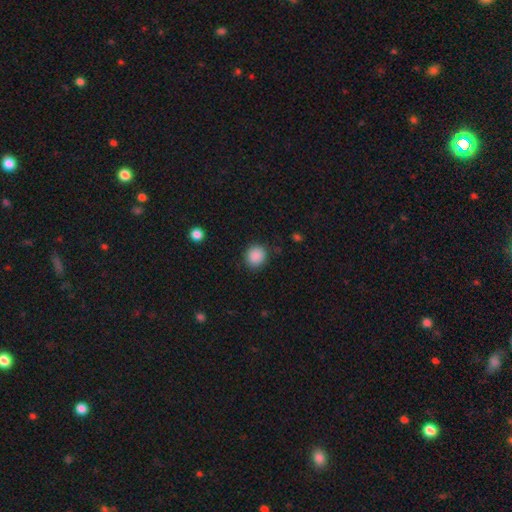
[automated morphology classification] smooth 88%, star or artifact 9%, featured or disk 3%. Down the decision tree: how rounded — round (86%); merging — none (88%).